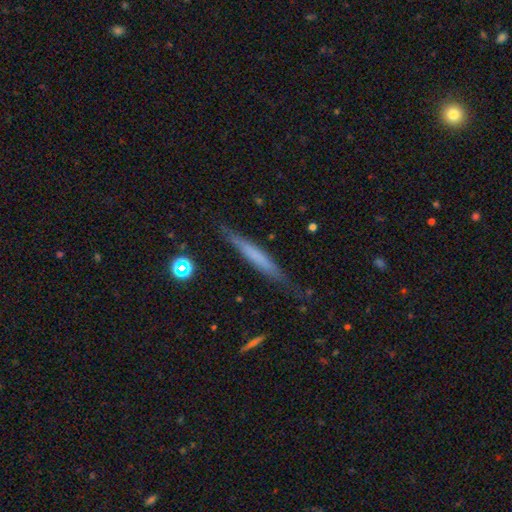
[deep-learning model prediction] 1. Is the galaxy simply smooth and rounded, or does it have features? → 49% smooth, 44% featured or disk, 7% star or artifact.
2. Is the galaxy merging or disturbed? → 80% none, 15% minor disturbance, 3% major disturbance, 2% merger.